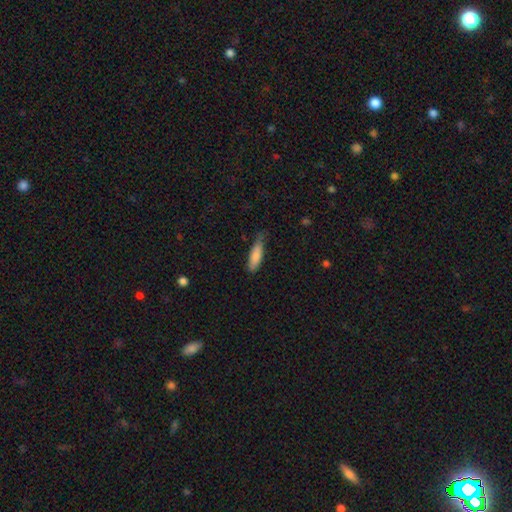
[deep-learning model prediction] Smooth or featured: smooth — 84% (featured or disk — 10%)
How rounded: cigar-shaped — 55% (in between — 43%)
Merging: none — 56% (minor disturbance — 35%)